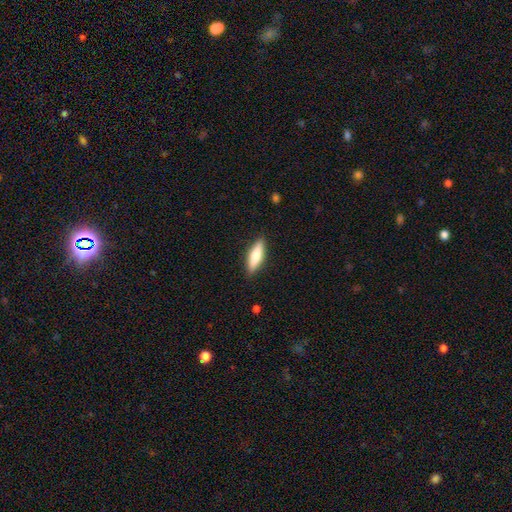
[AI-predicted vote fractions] The model was most divided on "how rounded": cigar-shaped: 55%, in between: 43%, round: 2%. More confident: merging — none (88%); smooth or featured — smooth (69%).